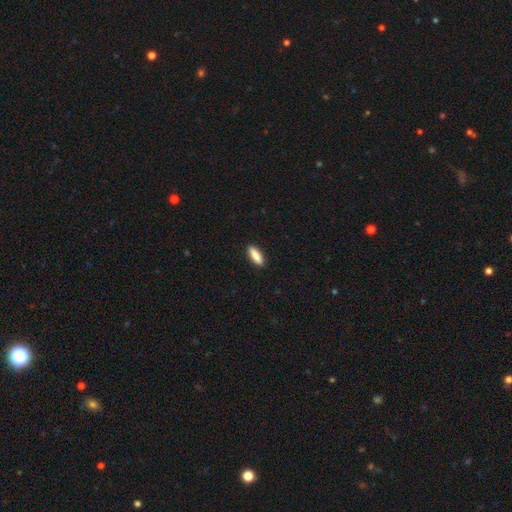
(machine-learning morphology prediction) smooth-or-featured: smooth: 87% | featured or disk: 7% | star or artifact: 6%
  how-rounded: in between: 57% | cigar-shaped: 41% | round: 2%
  merging: none: 90% | minor disturbance: 7% | major disturbance: 2% | merger: 1%